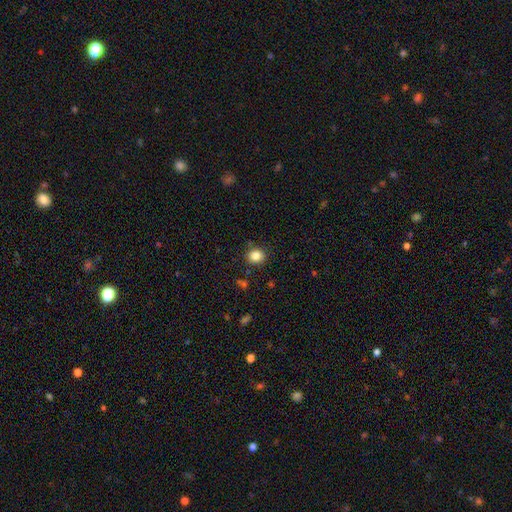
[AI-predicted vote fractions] Q: Smooth or featured?
A: smooth (83%); runner-up: star or artifact (12%)
Q: How rounded?
A: round (81%); runner-up: in between (18%)
Q: Merging?
A: none (88%); runner-up: minor disturbance (8%)